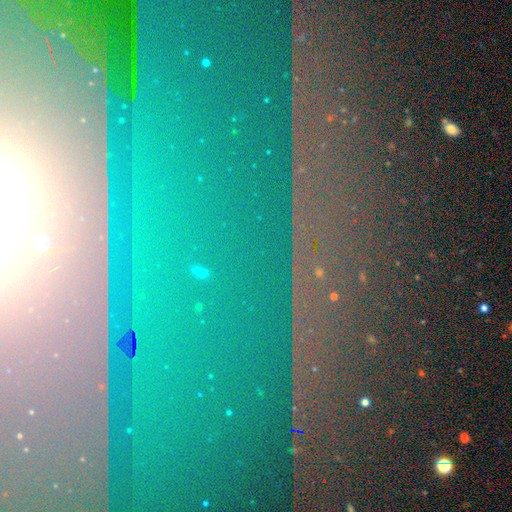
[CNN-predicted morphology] This appears to be a star or artifact, not a galaxy (80%).